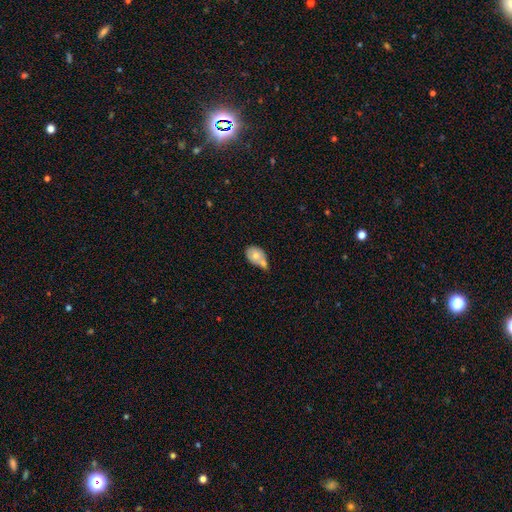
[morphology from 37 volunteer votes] Smooth or featured? 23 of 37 (62%) said smooth. How rounded? 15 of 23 (65%) said in between. Merging? 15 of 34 (44%) said merger.